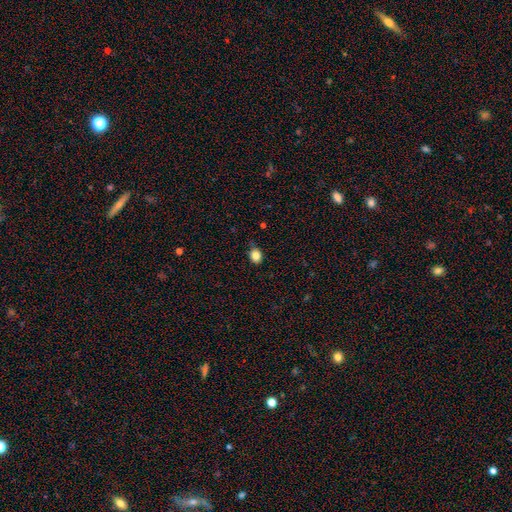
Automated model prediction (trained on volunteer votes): smooth 84%, star or artifact 11%, featured or disk 5%. Down the decision tree: how rounded — round (58%); merging — none (78%).